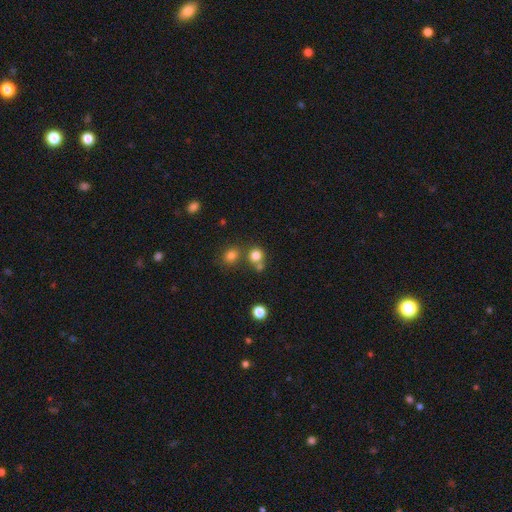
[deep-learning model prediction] Smooth or featured? Predicted: smooth (p=0.79). How rounded? Predicted: round (p=0.86). Merging? Predicted: none (p=0.61).